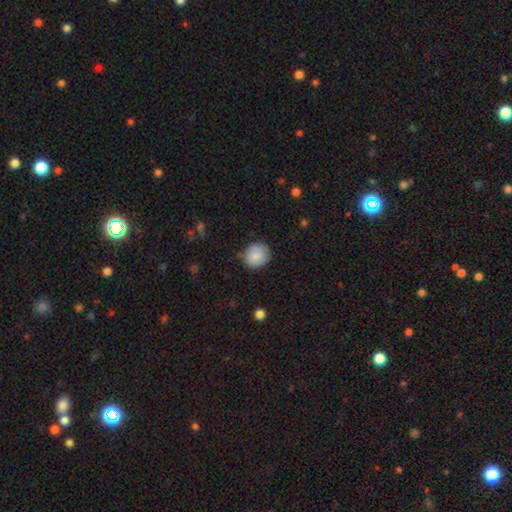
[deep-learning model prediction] smooth 83%, featured or disk 10%, star or artifact 7%. Down the decision tree: how rounded — round (84%); merging — none (79%).